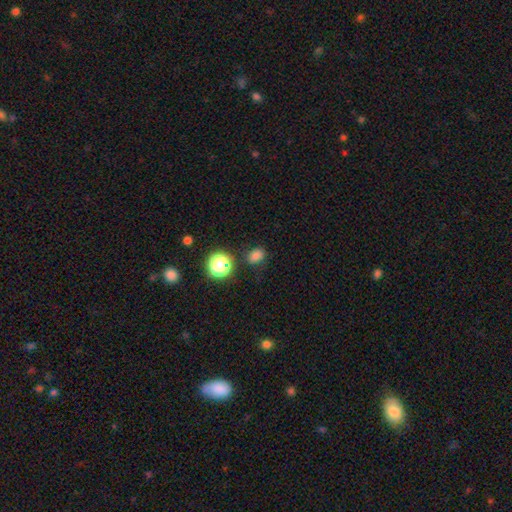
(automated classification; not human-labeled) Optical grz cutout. It shows a smooth galaxy with no disk features (76%) that is in between round and cigar-shaped (60%). Merging: none (79%).